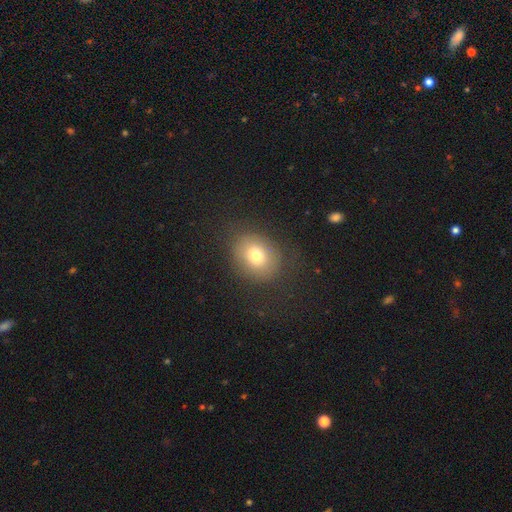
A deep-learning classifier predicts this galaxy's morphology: A smooth galaxy with no disk features (72%) that is round (56%).

Vote fractions:
- Smooth or featured? smooth: 72% / featured or disk: 15% / star or artifact: 13%
- How rounded? round: 56% / in between: 43% / cigar-shaped: 1%
- Merging? none: 77% / minor disturbance: 13% / major disturbance: 8% / merger: 1%